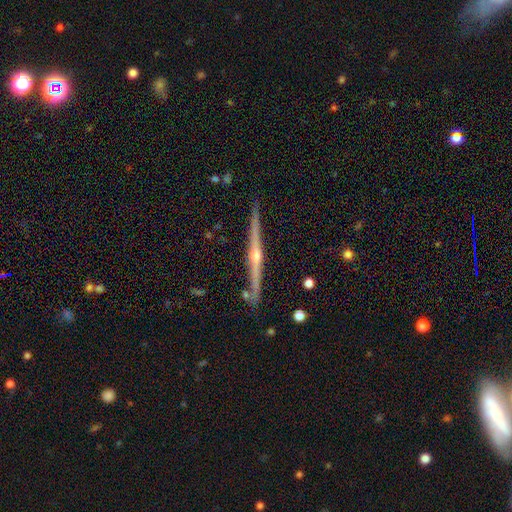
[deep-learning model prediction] Morphology: type=featured or disk (88%); edge-on=yes (99%); edge-on bulge=rounded (90%); merging=none (89%).